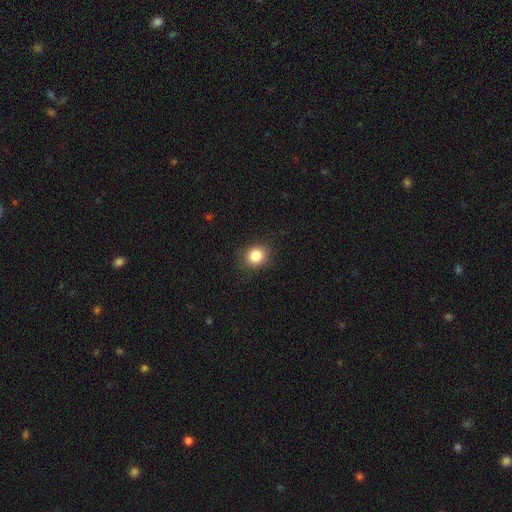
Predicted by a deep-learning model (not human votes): Smooth or featured? smooth (85%)
How rounded? round (70%)
Merging? none (85%)